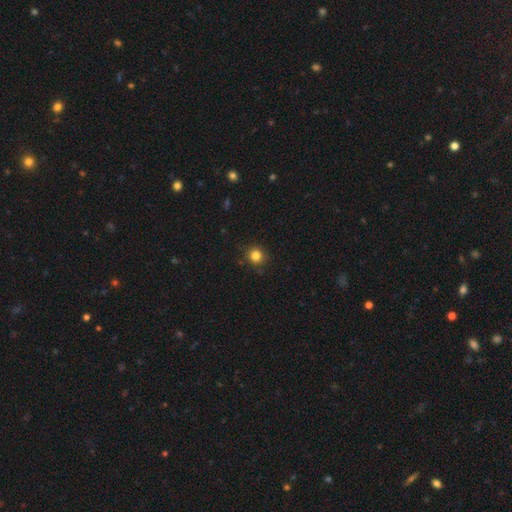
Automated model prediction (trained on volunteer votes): This appears to be a smooth galaxy with no disk features (83%) that is round (92%). Merging: none (88%).